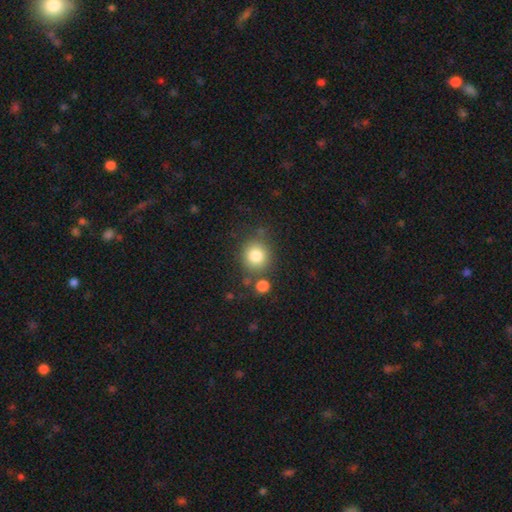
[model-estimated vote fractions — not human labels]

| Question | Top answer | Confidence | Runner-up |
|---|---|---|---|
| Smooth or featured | smooth | 81% | star or artifact (11%) |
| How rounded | round | 86% | in between (14%) |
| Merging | none | 74% | minor disturbance (12%) |